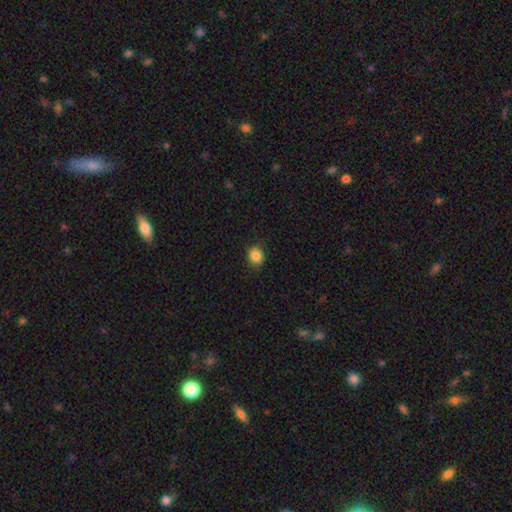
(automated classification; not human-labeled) A smooth galaxy with no disk features (86%) that is round (74%).

Vote fractions:
- Smooth or featured? smooth: 86% / star or artifact: 10% / featured or disk: 4%
- How rounded? round: 74% / in between: 25% / cigar-shaped: 1%
- Merging? none: 87% / minor disturbance: 10% / major disturbance: 2% / merger: 1%